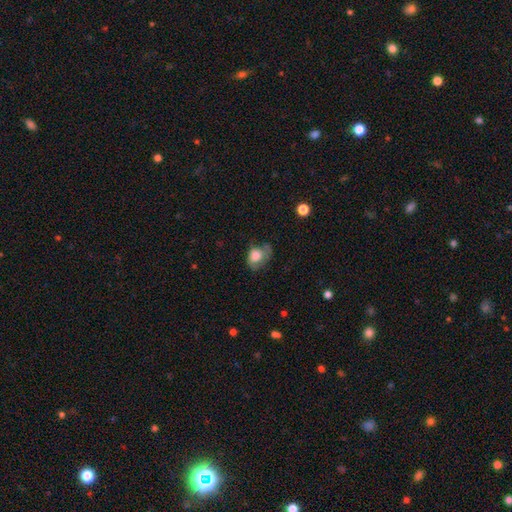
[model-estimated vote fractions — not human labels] A smooth galaxy with no disk features (71%) that is in between round and cigar-shaped (65%).

Vote fractions:
- Smooth or featured? smooth: 71% / featured or disk: 21% / star or artifact: 8%
- How rounded? in between: 65% / round: 34% / cigar-shaped: 1%
- Merging? none: 38% / minor disturbance: 35% / major disturbance: 23% / merger: 3%